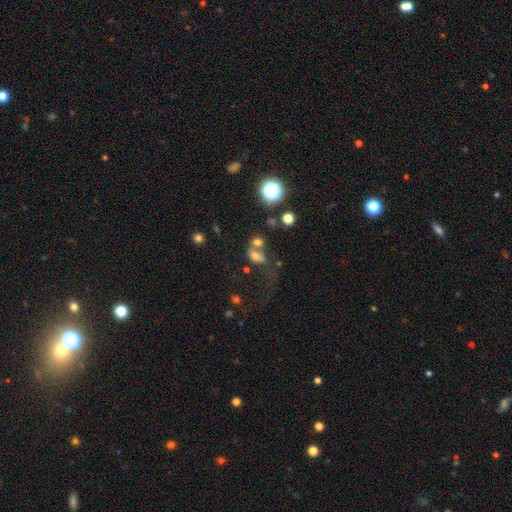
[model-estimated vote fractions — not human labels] The model was most divided on "merging": merger: 54%, none: 22%, major disturbance: 14%, minor disturbance: 10%. More confident: how rounded — in between (66%); smooth or featured — smooth (62%).